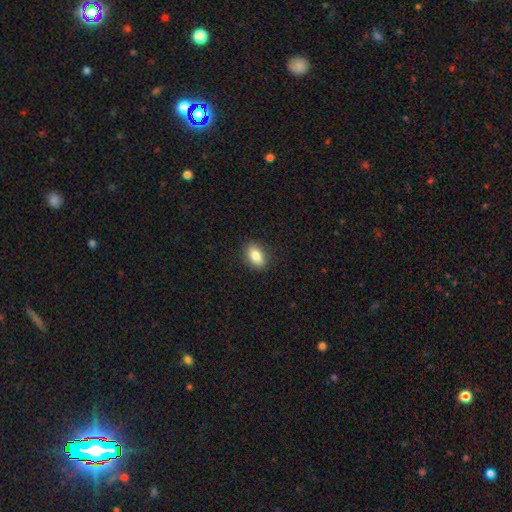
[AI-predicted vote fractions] This is clearly a smooth galaxy (83%). How rounded: clearly in between (86%). Merging: clearly none (88%).